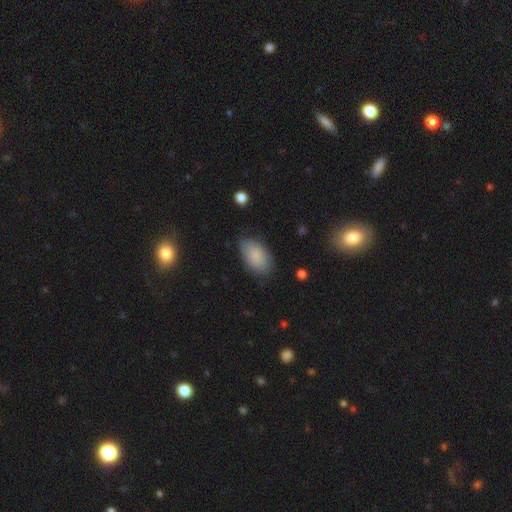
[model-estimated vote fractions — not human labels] Smooth or featured? smooth (85%)
How rounded? in between (94%)
Merging? none (76%)